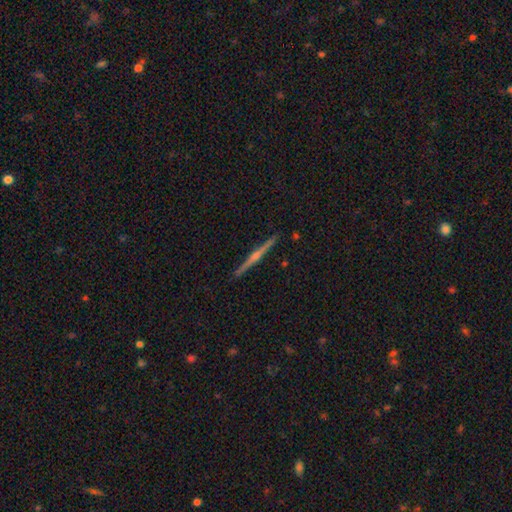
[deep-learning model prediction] This is likely a featured or disk galaxy (80%). It is clearly viewed edge-on (99%). Edge-on bulge: clearly rounded (81%). Merging: clearly none (92%).